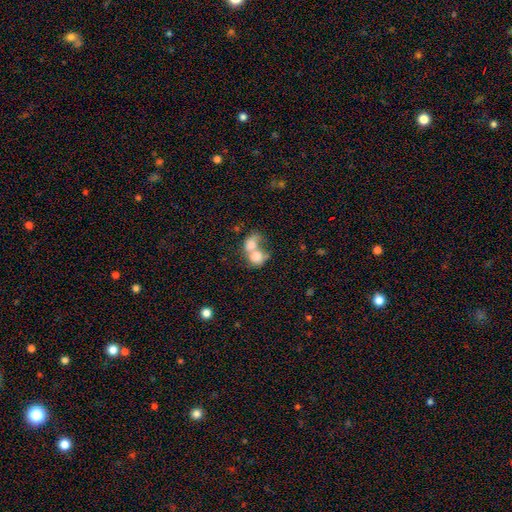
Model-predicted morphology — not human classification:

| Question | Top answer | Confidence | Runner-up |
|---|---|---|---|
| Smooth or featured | smooth | 72% | featured or disk (19%) |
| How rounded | in between | 58% | round (40%) |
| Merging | merger | 77% | none (12%) |